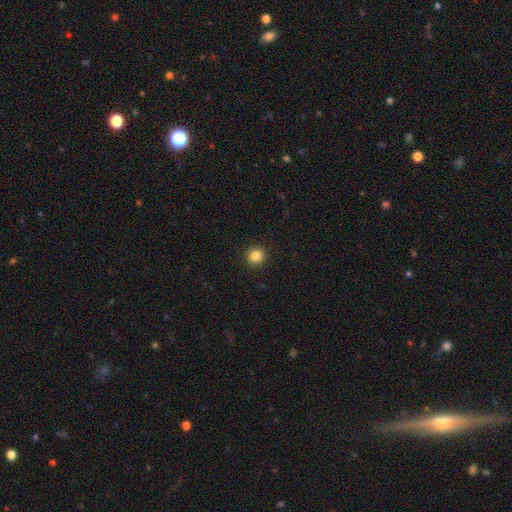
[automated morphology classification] A smooth galaxy with no disk features (84%) that is round (94%).

Vote fractions:
- Smooth or featured? smooth: 84% / star or artifact: 12% / featured or disk: 5%
- How rounded? round: 94% / in between: 5% / cigar-shaped: 1%
- Merging? none: 93% / minor disturbance: 4% / major disturbance: 2% / merger: 1%